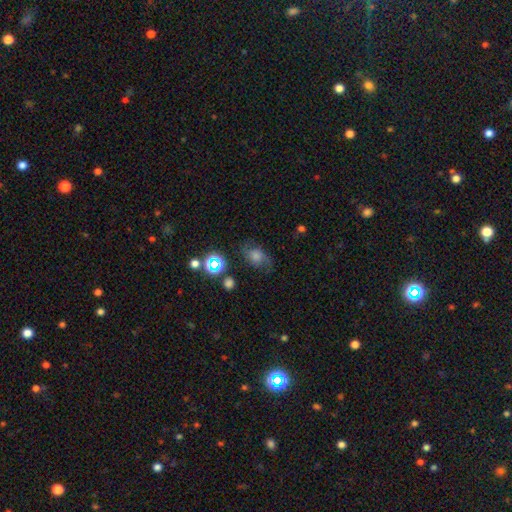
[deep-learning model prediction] smooth_or_featured: smooth (p=0.41) [alt: featured or disk p=0.39]
merging: none (p=0.66) [alt: minor disturbance p=0.21]